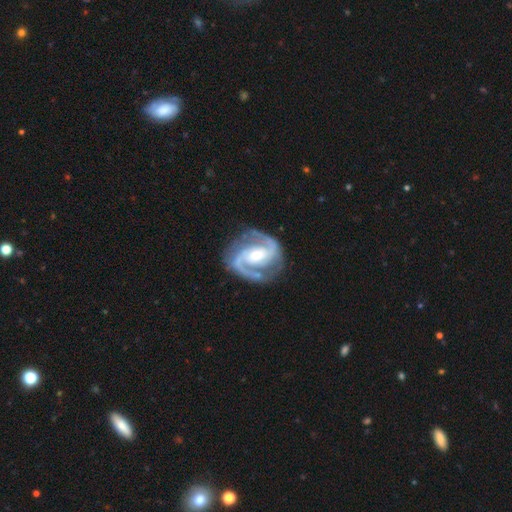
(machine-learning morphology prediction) The model was most divided on "bar": weak: 37%, no: 32%, strong: 31%. More confident: spiral arms — yes (98%); edge-on disk — no (98%); smooth or featured — featured or disk (93%); spiral arm count — 2 (92%); merging — none (81%); spiral winding — medium (56%); bulge size — moderate (54%).